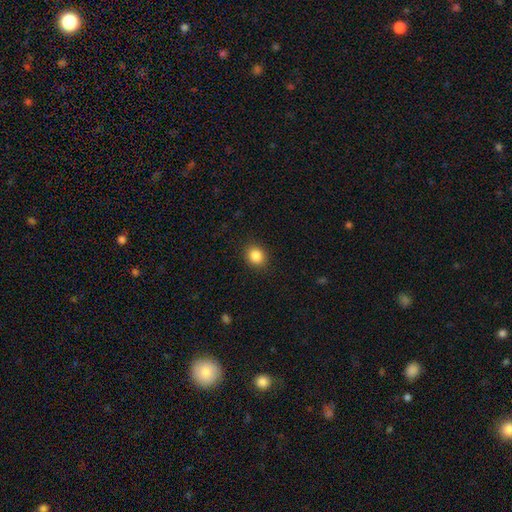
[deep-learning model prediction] A smooth galaxy with no disk features (86%) that is round (70%). Merging: none (89%).